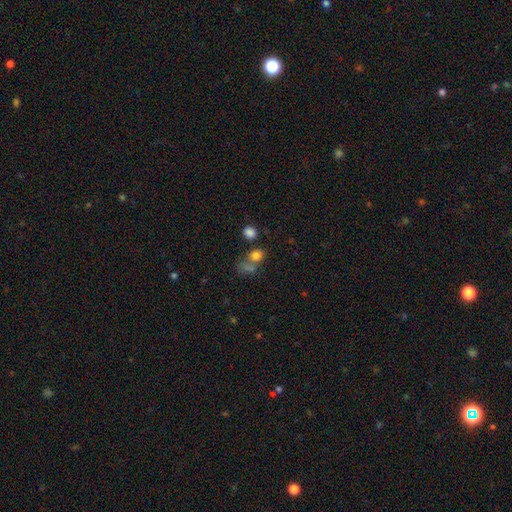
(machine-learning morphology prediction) Overall: smooth (75%). How rounded: round (59%; in between 39%). Merging: none (43%; merger 36%).